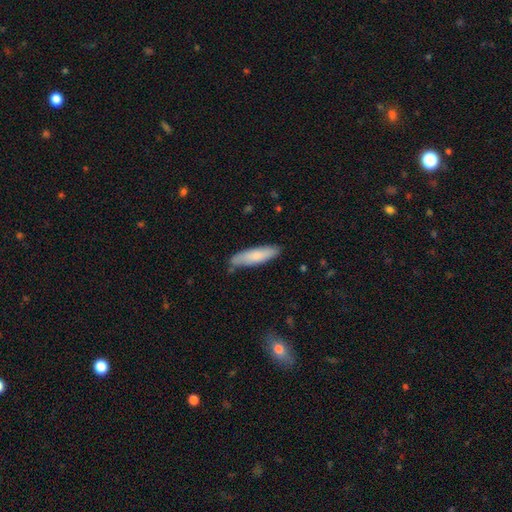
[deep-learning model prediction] Smooth or featured? smooth (77%)
How rounded? cigar-shaped (68%)
Merging? none (76%)